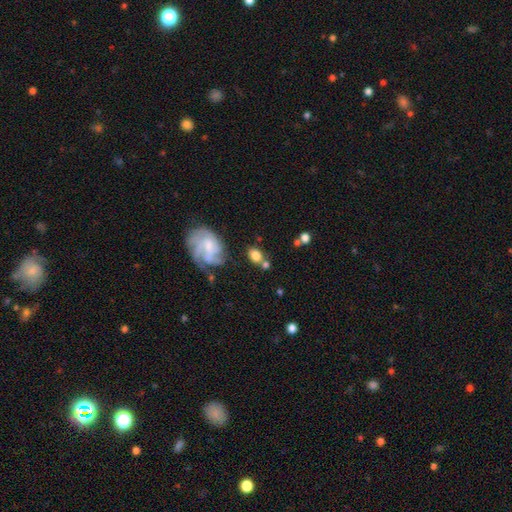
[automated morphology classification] Smooth or featured? smooth (70%)
How rounded? in between (55%)
Merging? none (62%)